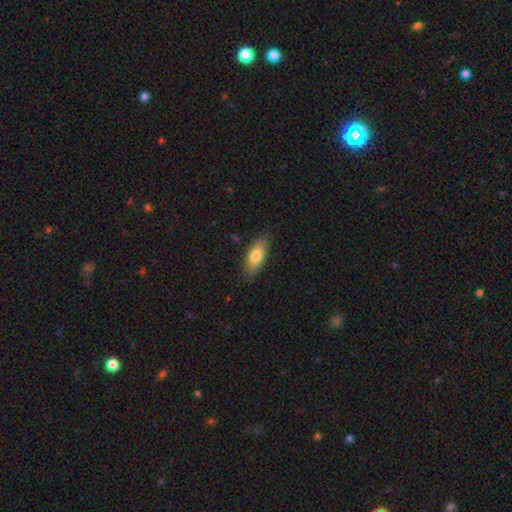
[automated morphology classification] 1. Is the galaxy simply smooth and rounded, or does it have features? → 81% smooth, 13% featured or disk, 6% star or artifact.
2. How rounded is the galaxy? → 87% in between, 11% cigar-shaped, 3% round.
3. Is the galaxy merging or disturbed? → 83% none, 13% minor disturbance, 3% major disturbance, 1% merger.